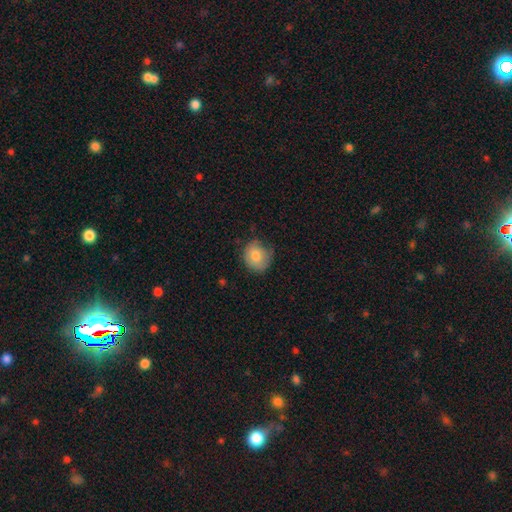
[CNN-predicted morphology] Overall: smooth (80%). How rounded: round (73%). Merging: none (64%; minor disturbance 28%).